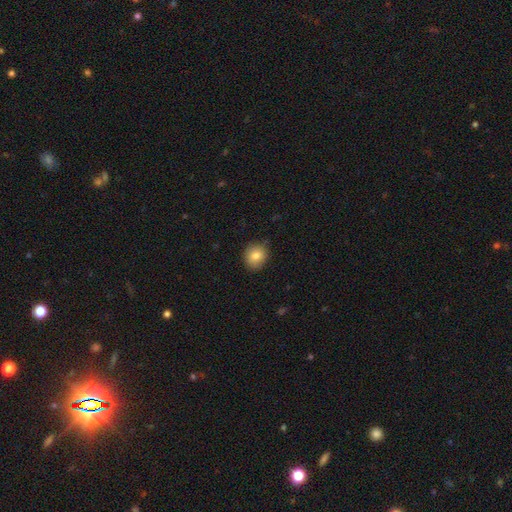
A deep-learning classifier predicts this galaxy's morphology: Smooth or featured?
  - smooth: 83% *
  - star or artifact: 9%
  - featured or disk: 8%
How rounded?
  - round: 78% *
  - in between: 21%
  - cigar-shaped: 1%
Merging?
  - none: 86% *
  - minor disturbance: 11%
  - major disturbance: 2%
  - merger: 1%